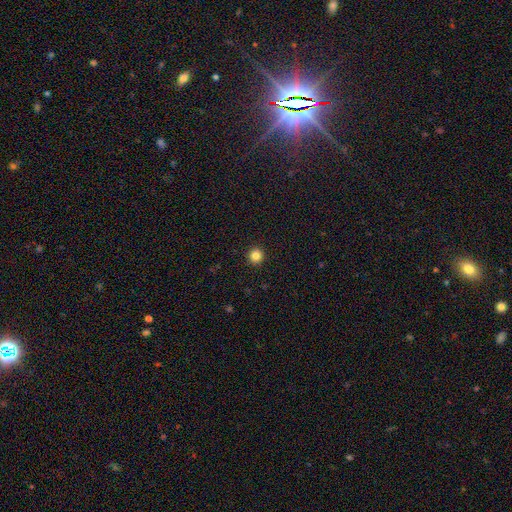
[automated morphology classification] Smooth or featured?
  - smooth: 84% *
  - star or artifact: 12%
  - featured or disk: 4%
How rounded?
  - round: 95% *
  - in between: 5%
  - cigar-shaped: 1%
Merging?
  - none: 94% *
  - minor disturbance: 4%
  - major disturbance: 1%
  - merger: 1%